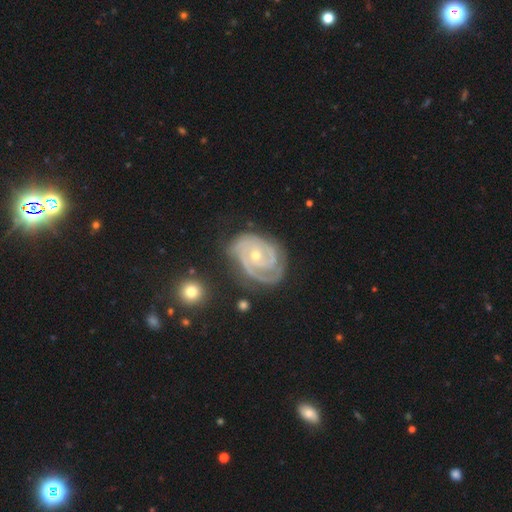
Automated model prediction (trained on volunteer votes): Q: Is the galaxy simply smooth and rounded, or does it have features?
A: featured or disk — 89%.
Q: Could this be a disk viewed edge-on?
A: no — 97%.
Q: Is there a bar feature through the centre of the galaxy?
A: no — 71%.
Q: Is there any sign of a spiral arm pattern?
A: yes — 97%.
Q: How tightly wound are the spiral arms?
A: tight — 76%.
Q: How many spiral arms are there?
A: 2 — 38%.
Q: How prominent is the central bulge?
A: small — 56%.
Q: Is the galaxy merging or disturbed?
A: none — 65%.